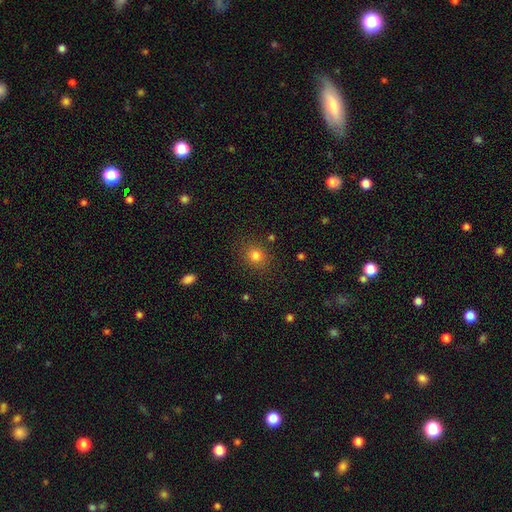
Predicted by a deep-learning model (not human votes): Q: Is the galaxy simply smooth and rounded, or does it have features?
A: smooth — 81%.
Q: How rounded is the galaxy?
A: round — 76%.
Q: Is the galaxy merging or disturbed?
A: none — 86%.